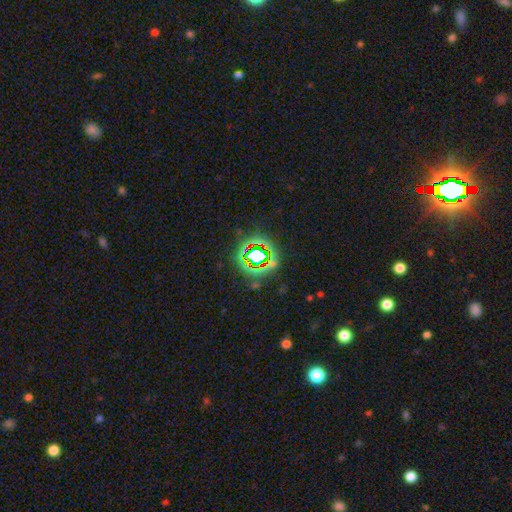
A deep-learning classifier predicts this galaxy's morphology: Overall: star or artifact (71%).